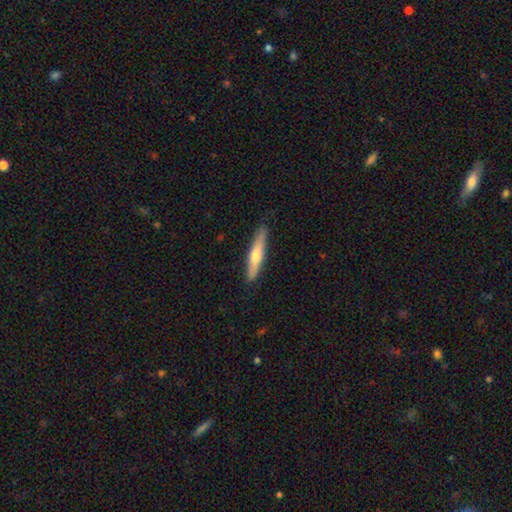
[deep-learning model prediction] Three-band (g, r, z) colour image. It shows a smooth galaxy with no disk features (52%) that is cigar-shaped (89%). Merging: none (87%).